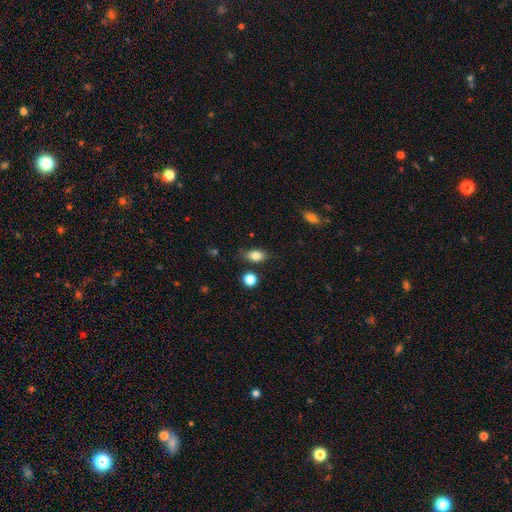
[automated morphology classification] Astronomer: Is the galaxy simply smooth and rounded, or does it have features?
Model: smooth — 82%.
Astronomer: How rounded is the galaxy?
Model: in between — 82%.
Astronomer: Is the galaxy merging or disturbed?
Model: none — 77%.